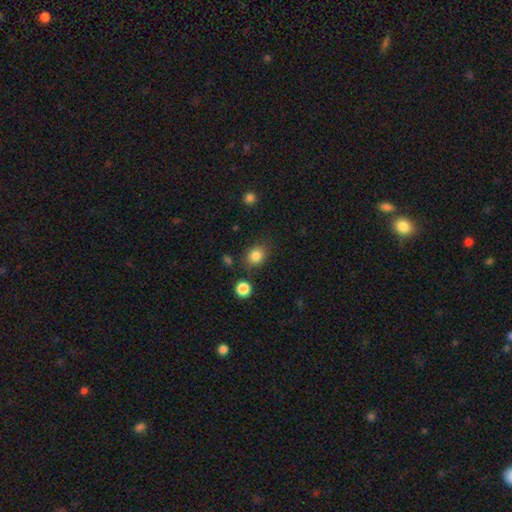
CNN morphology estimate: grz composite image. It shows a smooth galaxy with no disk features (84%) that is round (60%). Merging: none (79%).